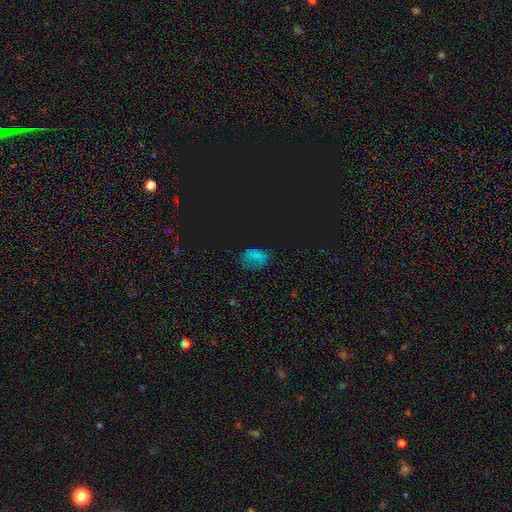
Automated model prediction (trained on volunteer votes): This appears to be a smooth galaxy with no disk features (46%). Merging: none (64%).